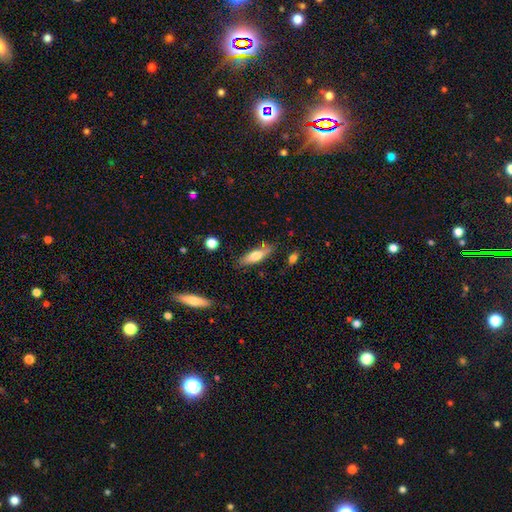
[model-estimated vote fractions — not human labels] The model was most divided on "how rounded": cigar-shaped: 57%, in between: 40%, round: 2%. More confident: merging — none (80%); smooth or featured — smooth (60%).